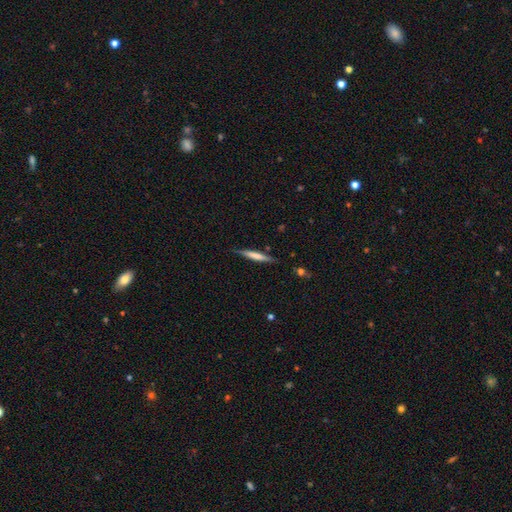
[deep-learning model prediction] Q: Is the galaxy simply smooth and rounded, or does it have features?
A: smooth — 55%.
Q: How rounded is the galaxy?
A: cigar-shaped — 93%.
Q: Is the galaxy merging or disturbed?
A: none — 82%.